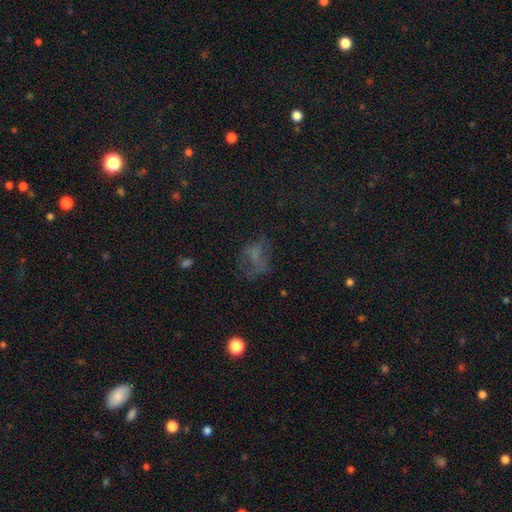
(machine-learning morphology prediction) smooth 38%, featured or disk 34%, star or artifact 29%. Down the decision tree: merging — none (47%).